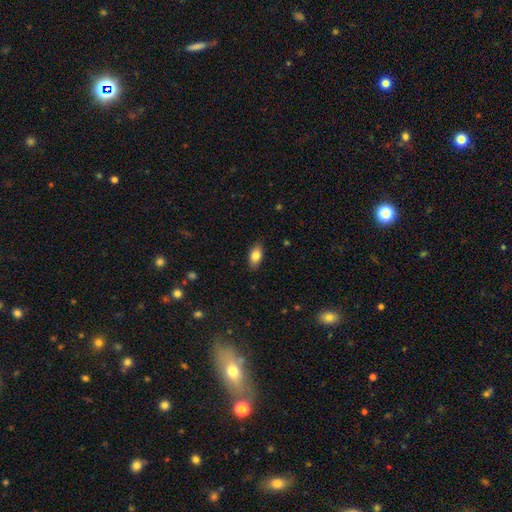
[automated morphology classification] This appears to be a smooth galaxy with no disk features (81%) that is in between round and cigar-shaped (89%). Merging: none (87%).